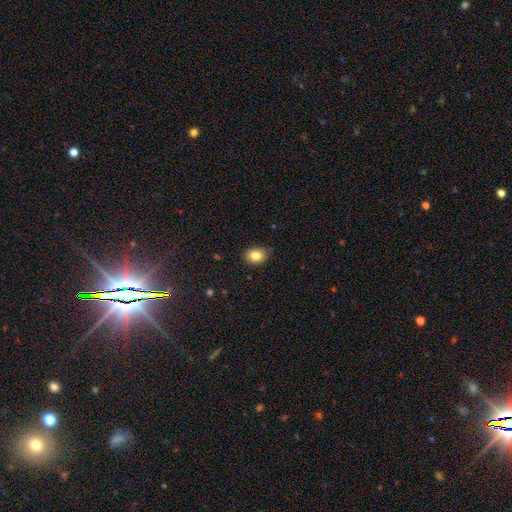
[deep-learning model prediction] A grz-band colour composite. It shows a smooth galaxy with no disk features (83%) that is in between round and cigar-shaped (64%). Merging: none (80%).